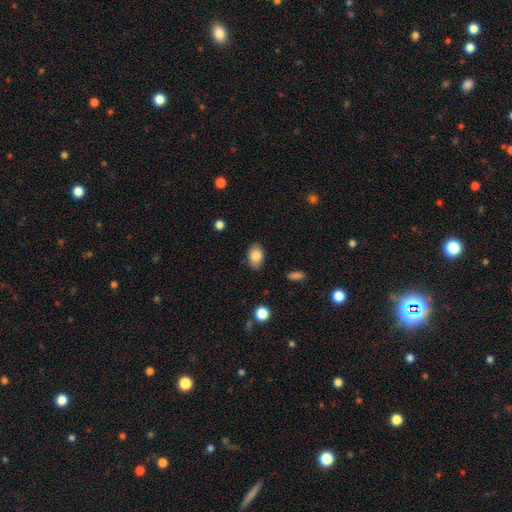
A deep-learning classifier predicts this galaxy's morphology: A smooth galaxy with no disk features (83%) that is in between round and cigar-shaped (87%).

Vote fractions:
- Smooth or featured? smooth: 83% / featured or disk: 9% / star or artifact: 7%
- How rounded? in between: 87% / round: 11% / cigar-shaped: 1%
- Merging? none: 83% / minor disturbance: 13% / major disturbance: 3% / merger: 1%